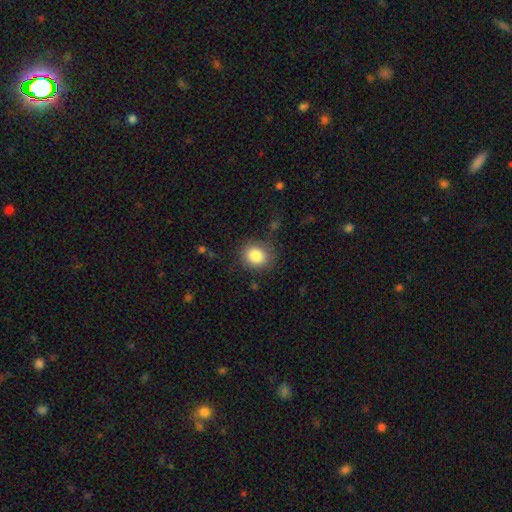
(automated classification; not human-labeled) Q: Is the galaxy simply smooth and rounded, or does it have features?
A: smooth — 85%.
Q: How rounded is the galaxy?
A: round — 68%.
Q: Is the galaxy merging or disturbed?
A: none — 78%.